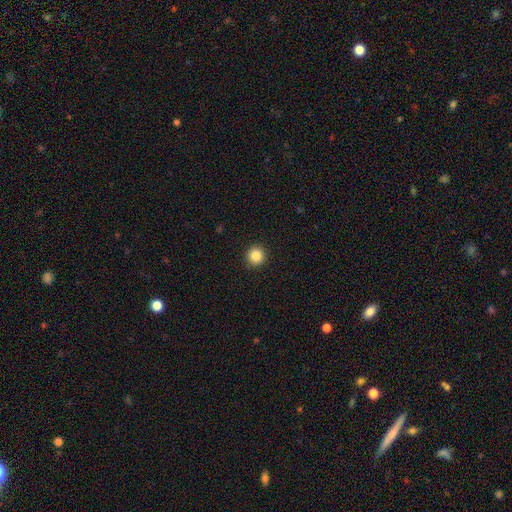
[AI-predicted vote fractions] The model was most divided on "smooth or featured": smooth: 86%, star or artifact: 10%, featured or disk: 4%. More confident: how rounded — round (95%); merging — none (93%).